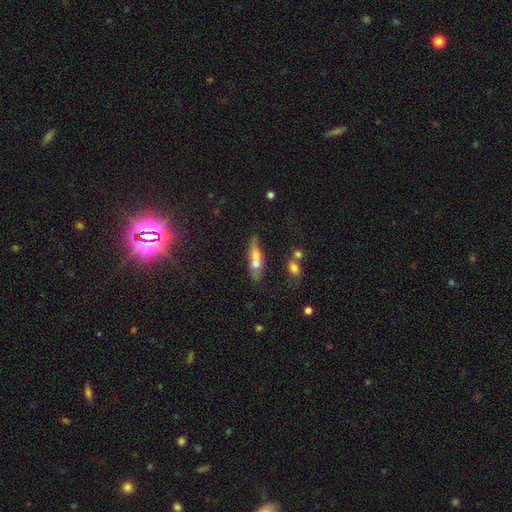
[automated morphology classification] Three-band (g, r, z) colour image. It shows a smooth galaxy with no disk features (58%) that is in between round and cigar-shaped (55%). Merging: merger (55%).